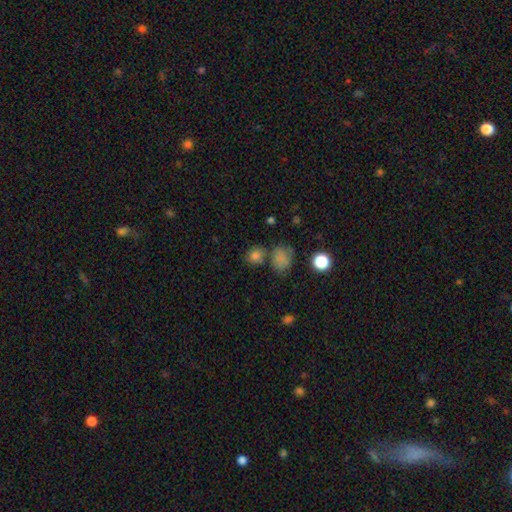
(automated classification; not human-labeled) Smooth or featured: smooth — 78% (star or artifact — 15%)
How rounded: round — 72% (in between — 27%)
Merging: none — 61% (merger — 21%)